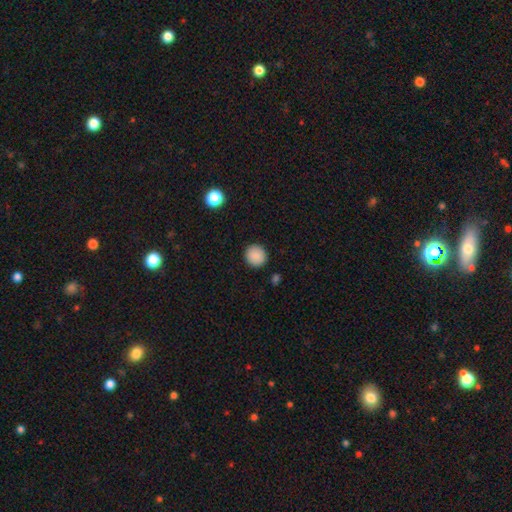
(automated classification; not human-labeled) Smooth or featured: smooth — 89% (star or artifact — 8%)
How rounded: round — 93% (in between — 7%)
Merging: none — 92% (minor disturbance — 5%)